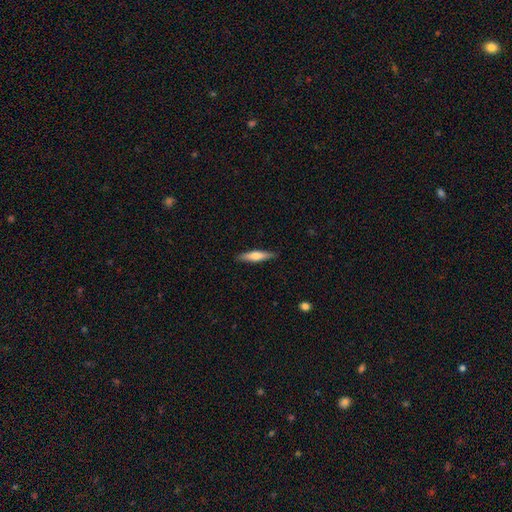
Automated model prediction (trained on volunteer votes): This appears to be a smooth galaxy with no disk features (60%) that is cigar-shaped (80%). Merging: none (89%).